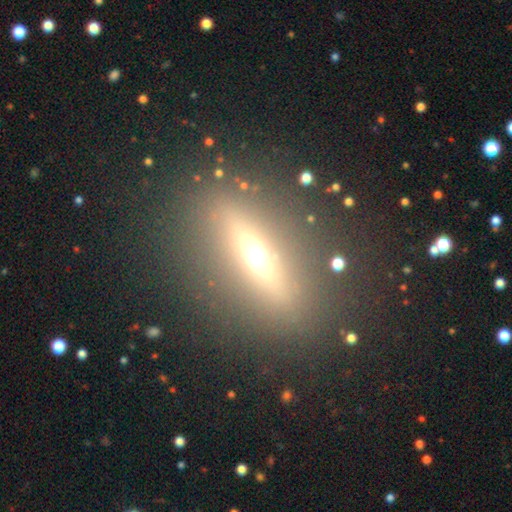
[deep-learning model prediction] featured or disk 51%, smooth 33%, star or artifact 17%. Down the decision tree: edge-on disk — yes (78%); merging — none (83%).